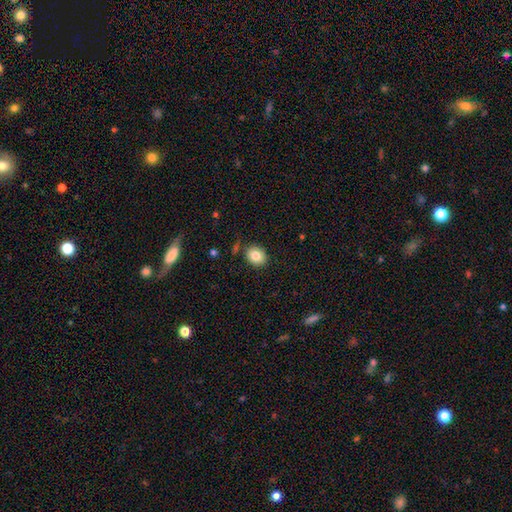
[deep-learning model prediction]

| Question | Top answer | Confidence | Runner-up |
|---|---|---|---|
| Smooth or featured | smooth | 83% | star or artifact (9%) |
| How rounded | round | 55% | in between (44%) |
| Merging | none | 84% | minor disturbance (10%) |